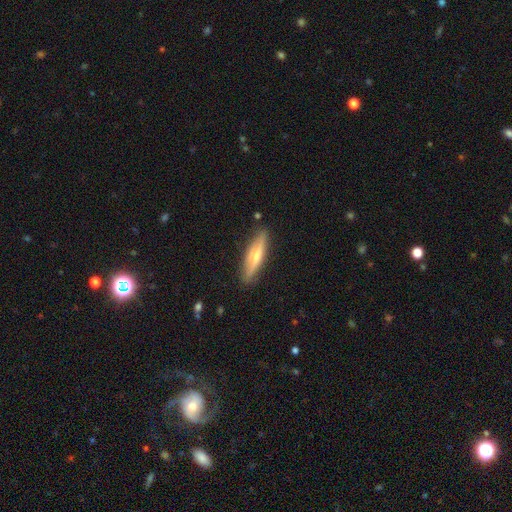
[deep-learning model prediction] smooth-or-featured: featured or disk: 47% (tied) | smooth: 47% (tied) | star or artifact: 6%
  merging: none: 86% | minor disturbance: 11% | major disturbance: 2% | merger: 1%